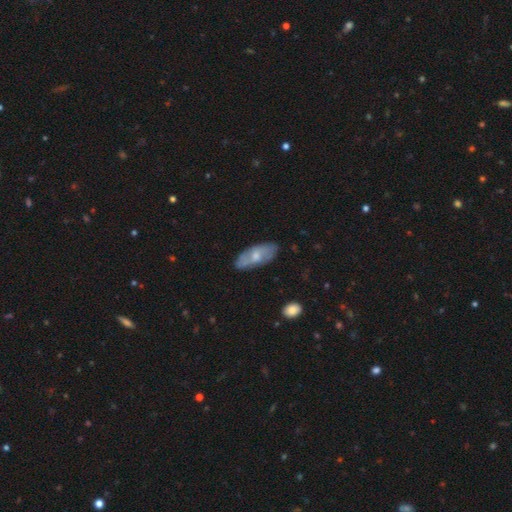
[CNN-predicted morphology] Q: Smooth or featured?
A: smooth (50%); runner-up: featured or disk (43%)
Q: How rounded?
A: in between (82%); runner-up: cigar-shaped (15%)
Q: Merging?
A: none (74%); runner-up: minor disturbance (20%)